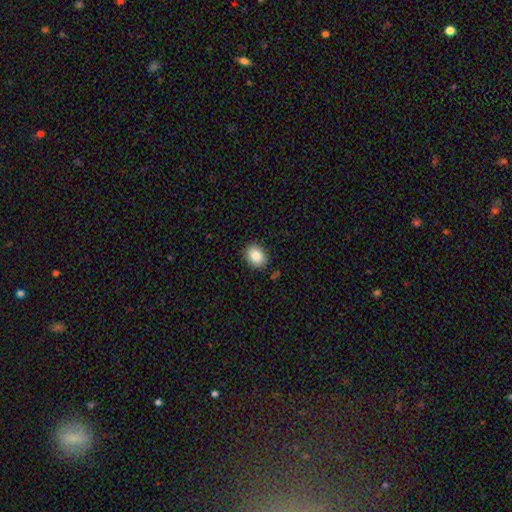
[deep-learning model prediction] Smooth or featured? Predicted: smooth (p=0.87). How rounded? Predicted: in between (p=0.64). Merging? Predicted: none (p=0.88).